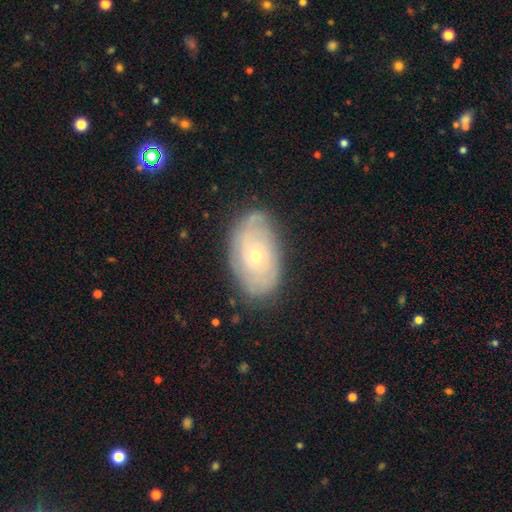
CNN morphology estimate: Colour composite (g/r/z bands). It shows a featured or disk galaxy (67%) with no bar (84%), spiral arms (76%) and a small central bulge (63%). Merging: none (77%).